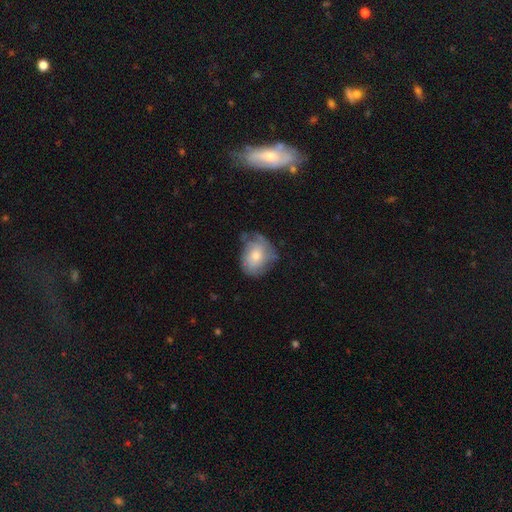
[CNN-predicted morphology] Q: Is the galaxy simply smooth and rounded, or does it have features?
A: smooth — 56%.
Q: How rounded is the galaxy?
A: round — 51%.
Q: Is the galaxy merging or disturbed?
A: none — 48%.